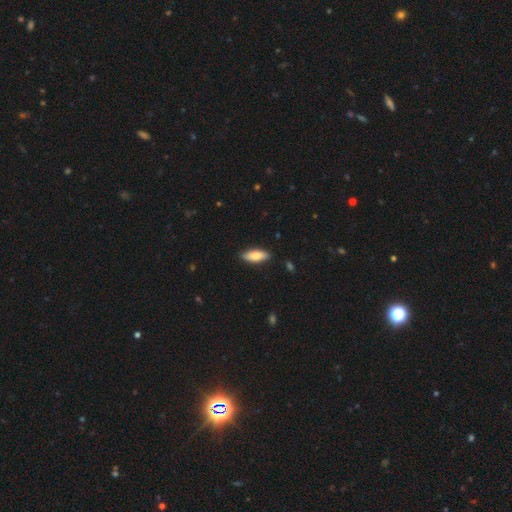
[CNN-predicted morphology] Smooth or featured? smooth (79%)
How rounded? in between (70%)
Merging? none (88%)